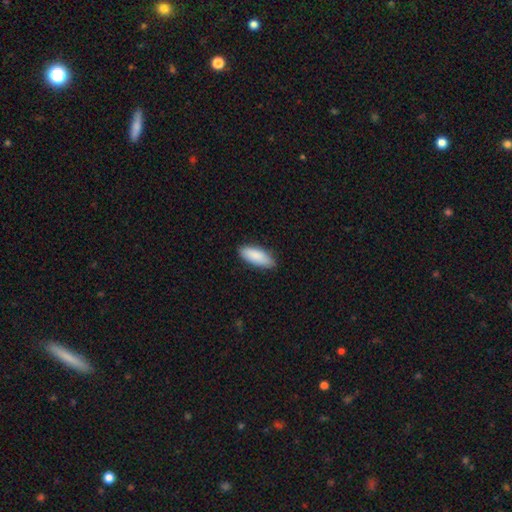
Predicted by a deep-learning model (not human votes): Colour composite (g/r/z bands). It shows a smooth galaxy with no disk features (89%) that is in between round and cigar-shaped (77%). Merging: none (86%).